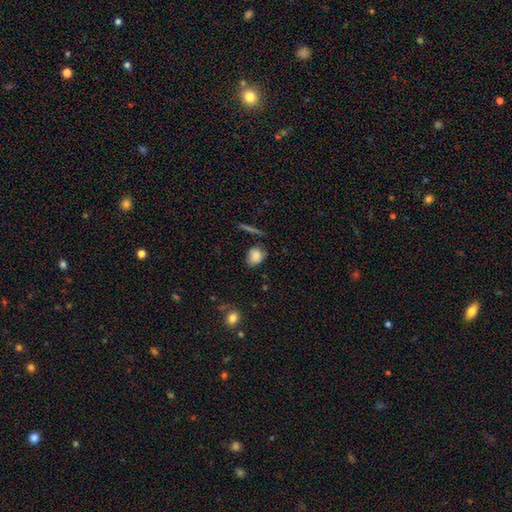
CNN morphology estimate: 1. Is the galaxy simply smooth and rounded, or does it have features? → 83% smooth, 9% star or artifact, 8% featured or disk.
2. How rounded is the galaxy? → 50% round, 48% in between, 2% cigar-shaped.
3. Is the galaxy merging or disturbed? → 66% none, 23% minor disturbance, 7% major disturbance, 5% merger.